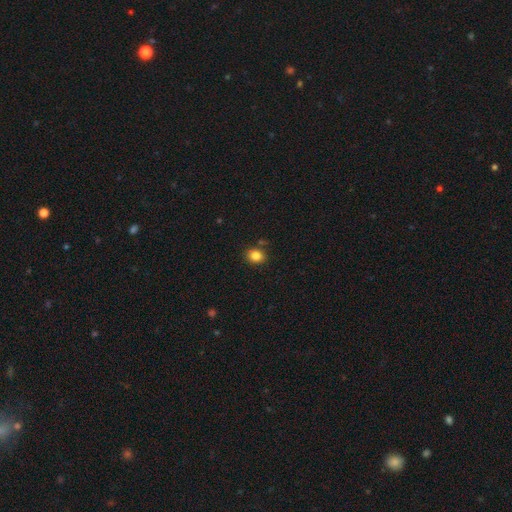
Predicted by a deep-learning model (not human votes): Smooth or featured? smooth (84%)
How rounded? round (62%)
Merging? none (83%)